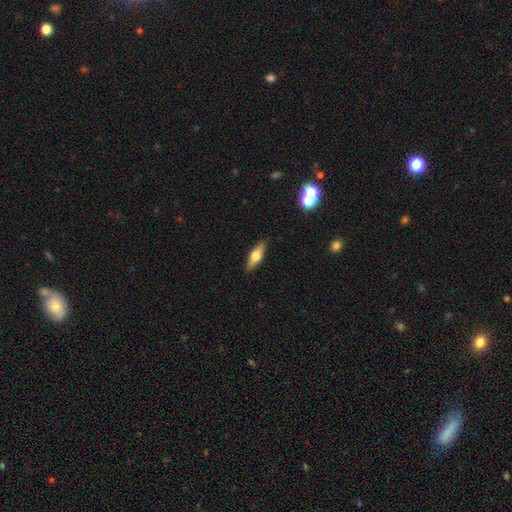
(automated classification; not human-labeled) A featured or disk galaxy (49%).

Vote fractions:
- Smooth or featured? featured or disk: 49% / smooth: 44% / star or artifact: 7%
- Merging? none: 89% / minor disturbance: 8% / major disturbance: 2% / merger: 1%